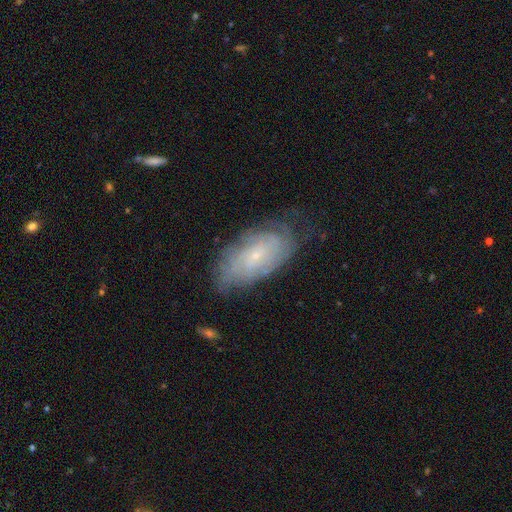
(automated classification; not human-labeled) A featured or disk galaxy (66%) with no bar (68%), tight (70%) spiral arms (85%) and a small central bulge (82%). Merging: none (67%).